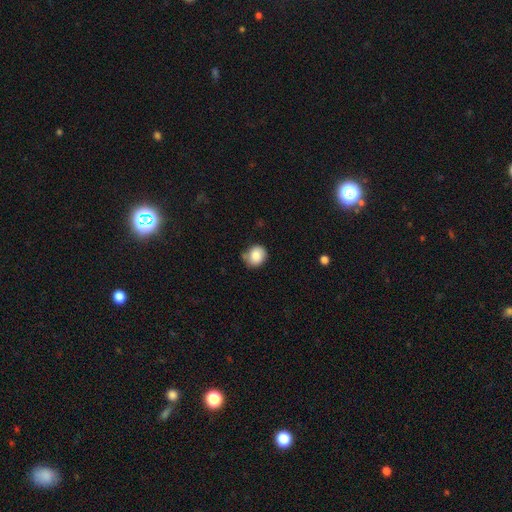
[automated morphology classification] Smooth or featured? smooth (84%)
How rounded? round (73%)
Merging? none (61%)